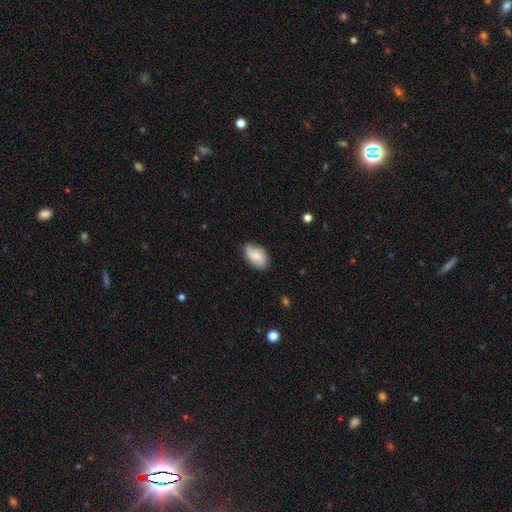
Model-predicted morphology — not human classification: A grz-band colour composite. It shows a smooth galaxy with no disk features (70%) that is in between round and cigar-shaped (91%). Merging: none (77%).